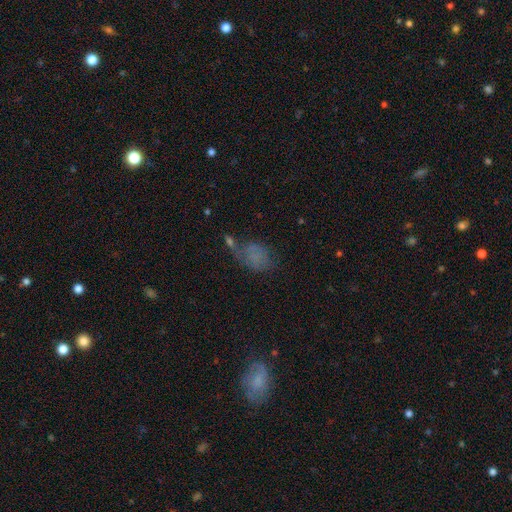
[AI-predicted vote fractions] Q: Smooth or featured?
A: smooth (60%); runner-up: featured or disk (23%)
Q: How rounded?
A: in between (76%); runner-up: round (22%)
Q: Merging?
A: none (35%); runner-up: merger (22%)